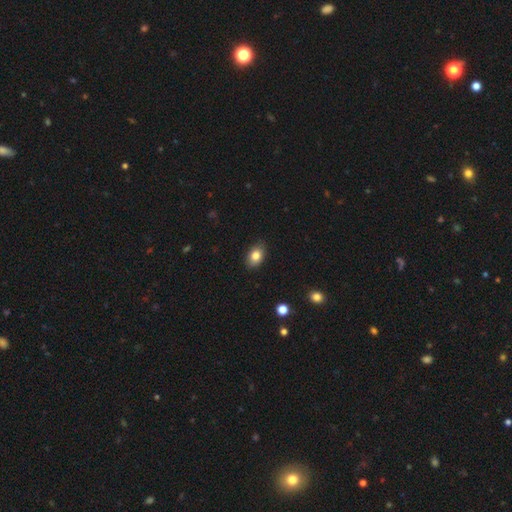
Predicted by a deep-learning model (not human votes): Q: Smooth or featured?
A: smooth (83%); runner-up: featured or disk (9%)
Q: How rounded?
A: in between (83%); runner-up: round (15%)
Q: Merging?
A: none (86%); runner-up: minor disturbance (11%)